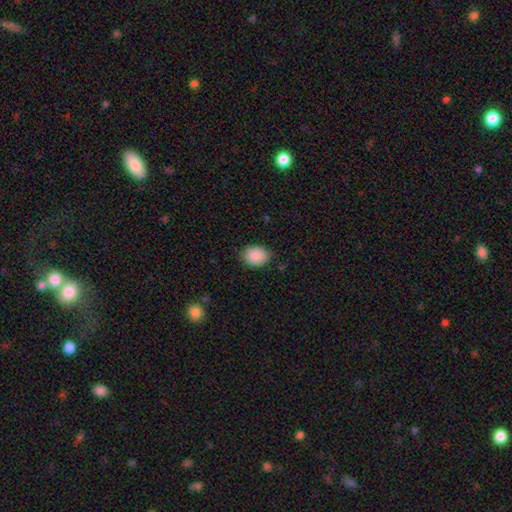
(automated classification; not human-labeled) smooth_or_featured: smooth (p=0.89) [alt: star or artifact p=0.08]
how_rounded: in between (p=0.56) [alt: round p=0.43]
merging: none (p=0.84) [alt: minor disturbance p=0.12]